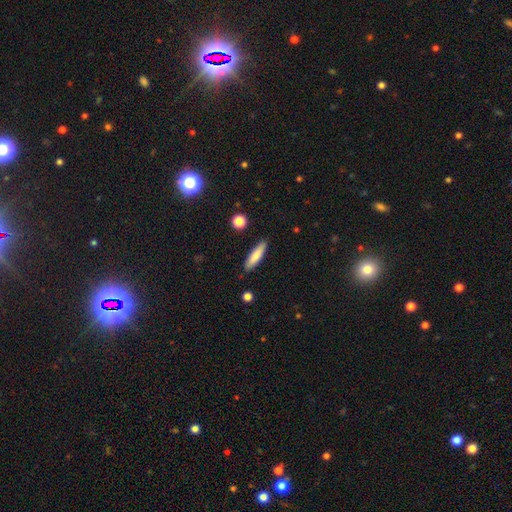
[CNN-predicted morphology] Overall: smooth (79%). How rounded: cigar-shaped (76%). Merging: none (88%).